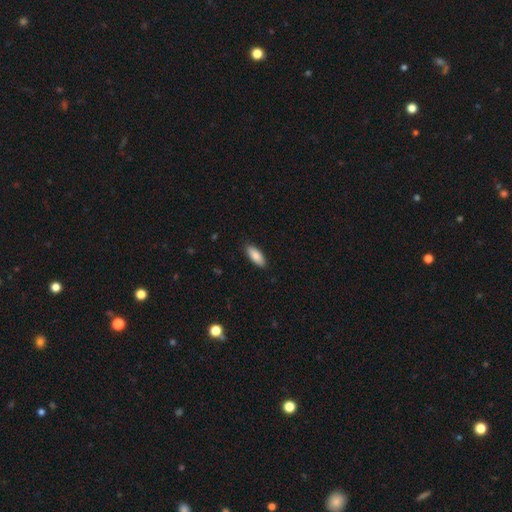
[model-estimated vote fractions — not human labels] Smooth or featured? Predicted: smooth (p=0.86). How rounded? Predicted: in between (p=0.75). Merging? Predicted: none (p=0.88).